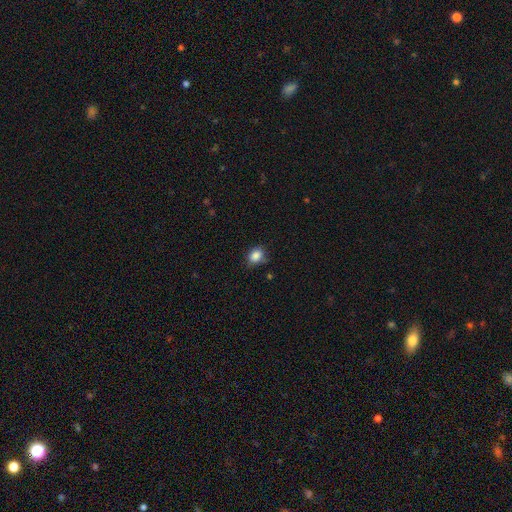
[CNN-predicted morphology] A smooth galaxy with no disk features (86%) that is in between round and cigar-shaped (53%). Merging: none (74%).